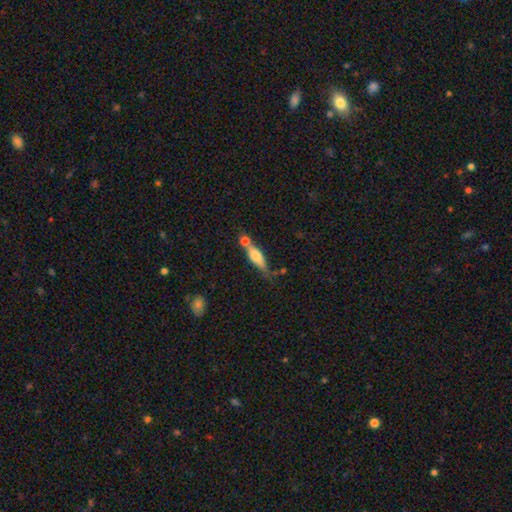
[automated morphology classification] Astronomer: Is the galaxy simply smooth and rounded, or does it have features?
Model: smooth — 57% (runner-up: featured or disk, 36%).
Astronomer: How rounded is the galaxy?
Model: cigar-shaped — 55% (runner-up: in between, 41%).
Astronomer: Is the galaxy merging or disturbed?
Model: none — 46% (runner-up: merger, 31%).